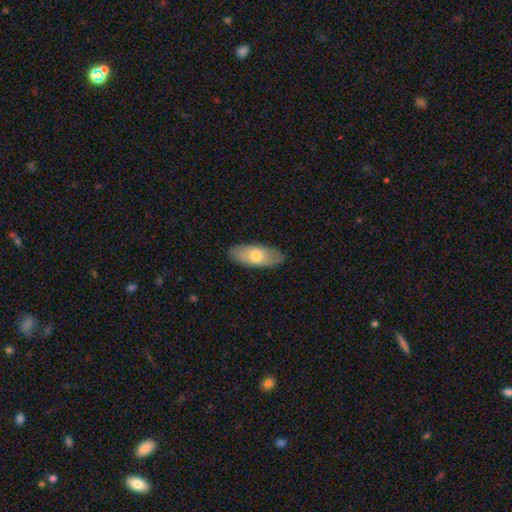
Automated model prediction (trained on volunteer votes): Morphology: type=smooth (58%); roundness=in between (83%); merging=none (84%).